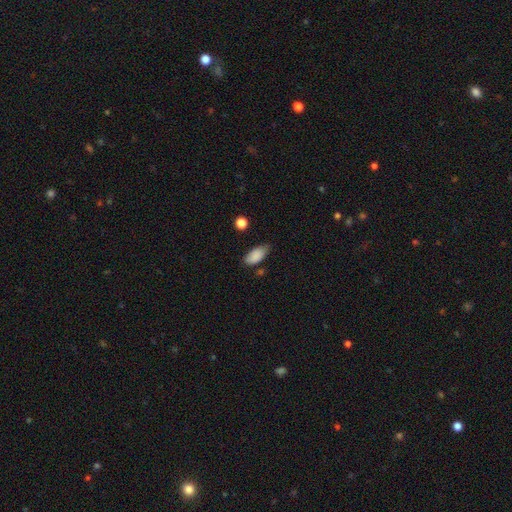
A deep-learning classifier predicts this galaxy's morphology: The model was most divided on "merging": none: 61%, minor disturbance: 30%, major disturbance: 6%, merger: 3%. More confident: how rounded — in between (89%); smooth or featured — smooth (86%).